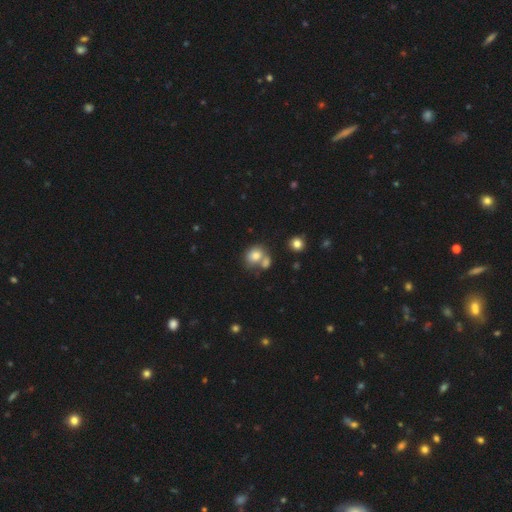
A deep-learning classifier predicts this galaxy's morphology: This is likely a smooth galaxy (77%). How rounded: possibly round (59%). Merging: marginally none (43%).